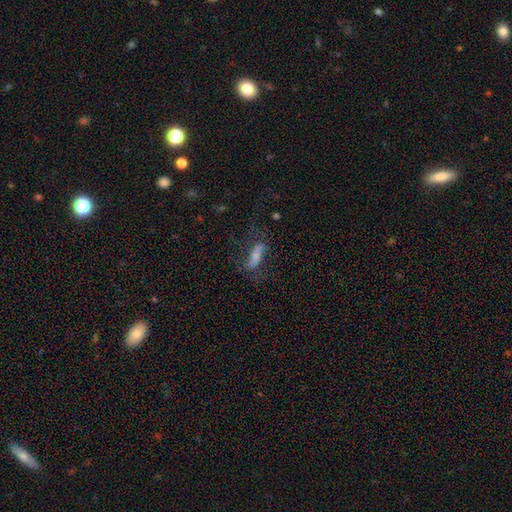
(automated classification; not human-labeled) Morphology: type=featured or disk (49%); merging=none (63%).